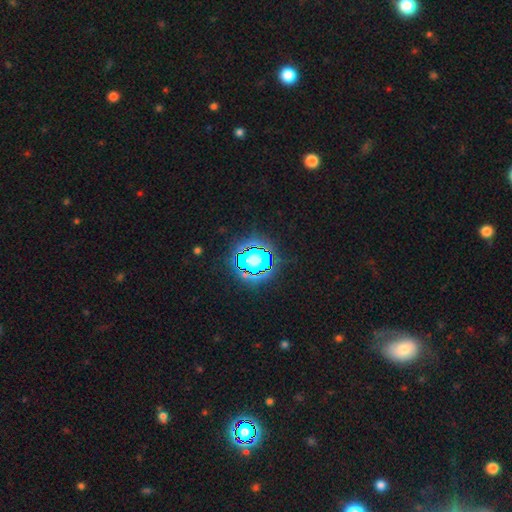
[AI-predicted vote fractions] Smooth or featured? star or artifact (66%)